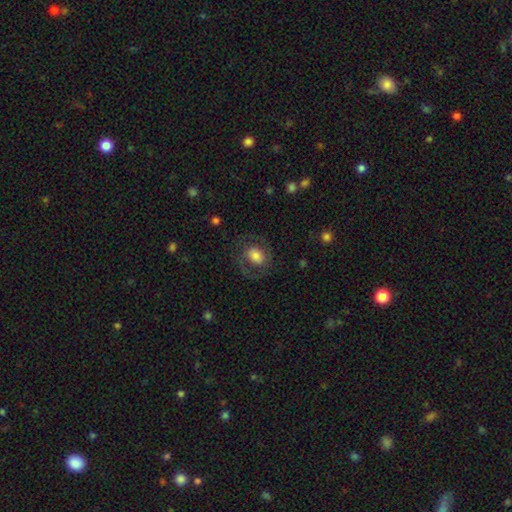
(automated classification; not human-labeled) A smooth galaxy with no disk features (54%) that is round (50%).

Vote fractions:
- Smooth or featured? smooth: 54% / featured or disk: 38% / star or artifact: 8%
- How rounded? round: 50% / in between: 49% / cigar-shaped: 1%
- Merging? none: 67% / minor disturbance: 16% / major disturbance: 16% / merger: 1%